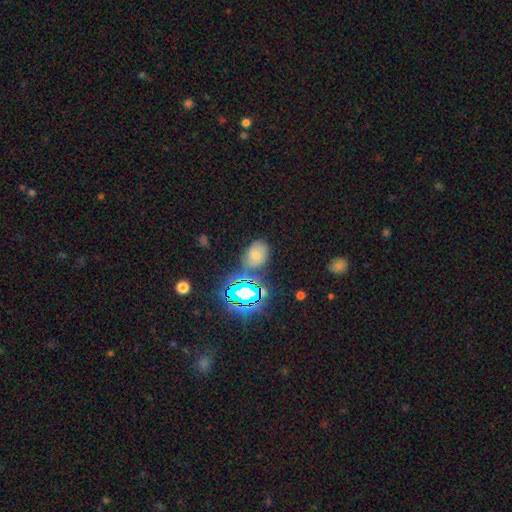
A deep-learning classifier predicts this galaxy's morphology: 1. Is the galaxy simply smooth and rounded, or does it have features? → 47% smooth, 31% star or artifact, 22% featured or disk.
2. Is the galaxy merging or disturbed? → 62% none, 22% minor disturbance, 8% major disturbance, 8% merger.